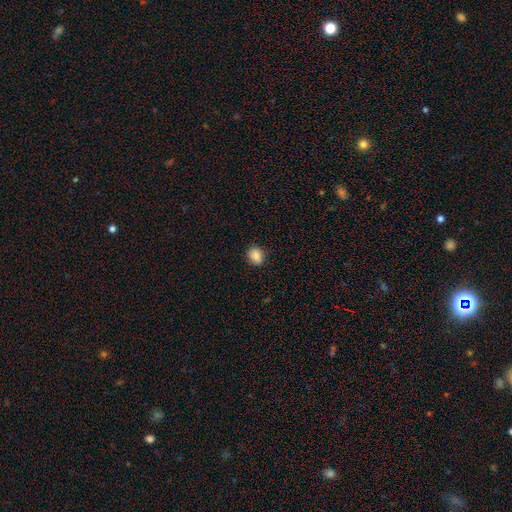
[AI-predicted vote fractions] smooth_or_featured: smooth (p=0.87) [alt: star or artifact p=0.09]
how_rounded: round (p=0.51) [alt: in between p=0.48]
merging: none (p=0.86) [alt: minor disturbance p=0.10]